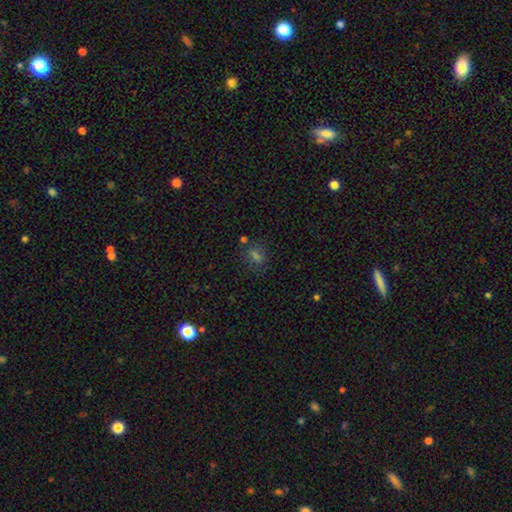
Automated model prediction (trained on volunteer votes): Smooth or featured?
  - smooth: 56% *
  - star or artifact: 33%
  - featured or disk: 10%
How rounded?
  - in between: 55% *
  - round: 39%
  - cigar-shaped: 6%
Merging?
  - none: 76% *
  - minor disturbance: 13%
  - major disturbance: 6%
  - merger: 5%